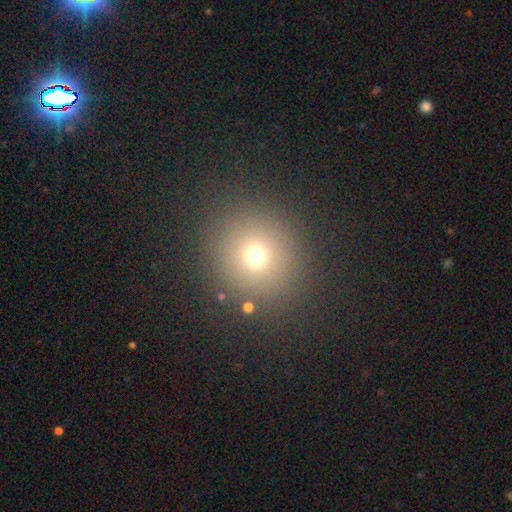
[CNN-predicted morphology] Q: Smooth or featured?
A: smooth (68%); runner-up: star or artifact (22%)
Q: How rounded?
A: round (92%); runner-up: in between (7%)
Q: Merging?
A: none (86%); runner-up: minor disturbance (7%)